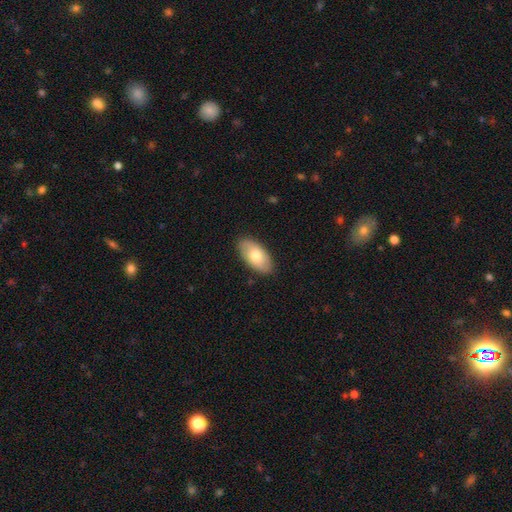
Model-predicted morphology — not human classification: type=smooth (74%); roundness=in between (95%); merging=none (87%).